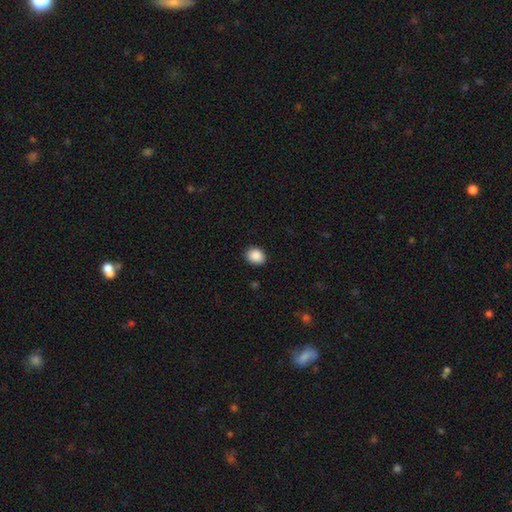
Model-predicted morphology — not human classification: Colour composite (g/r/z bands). It shows a smooth galaxy with no disk features (89%) that is in between round and cigar-shaped (52%). Merging: none (87%).